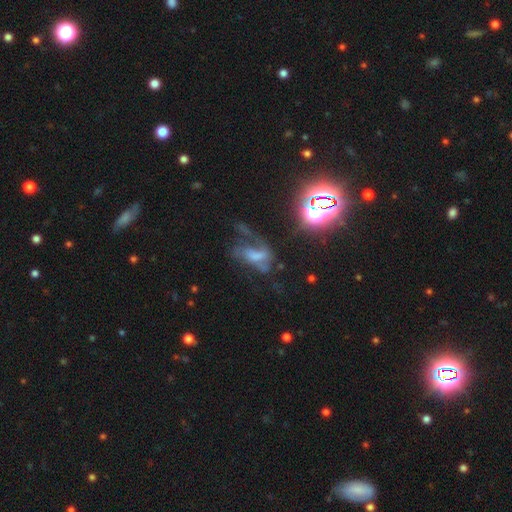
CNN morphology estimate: Q: Smooth or featured?
A: featured or disk (52%); runner-up: smooth (26%)
Q: Edge-on disk?
A: no (94%); runner-up: yes (6%)
Q: Merging?
A: major disturbance (48%); runner-up: none (27%)